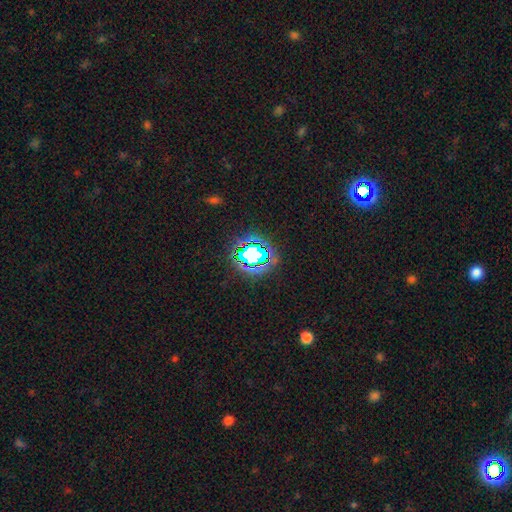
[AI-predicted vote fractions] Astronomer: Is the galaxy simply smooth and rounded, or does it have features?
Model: star or artifact — 60%.